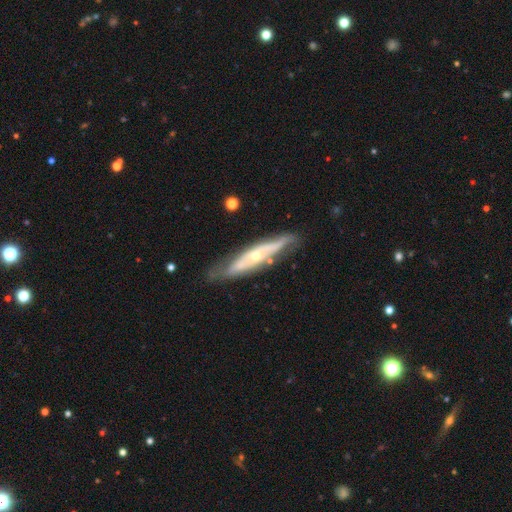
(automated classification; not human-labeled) A featured or disk galaxy (73%) viewed edge-on (50%, tied with no). Merging: none (69%).